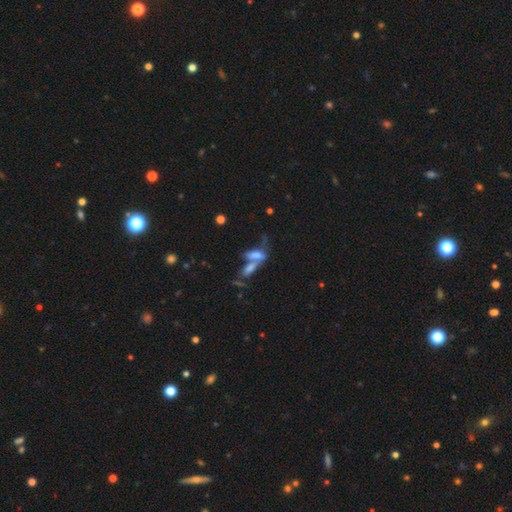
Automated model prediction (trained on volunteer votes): Q: Smooth or featured?
A: smooth (56%); runner-up: featured or disk (30%)
Q: How rounded?
A: in between (68%); runner-up: cigar-shaped (27%)
Q: Merging?
A: merger (63%); runner-up: none (20%)